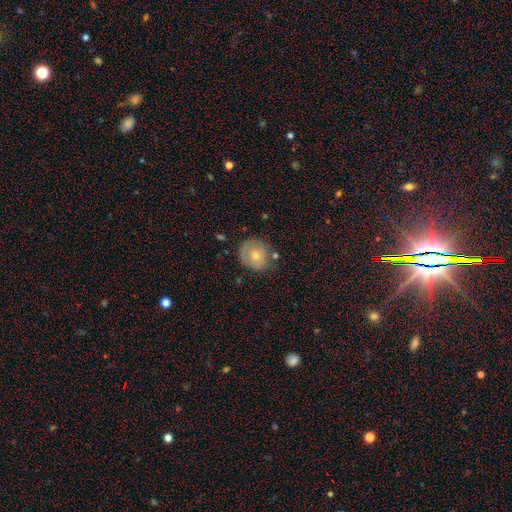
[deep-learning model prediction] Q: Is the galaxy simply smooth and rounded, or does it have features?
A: smooth — 63%.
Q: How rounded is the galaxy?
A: round — 82%.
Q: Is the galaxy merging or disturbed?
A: none — 68%.